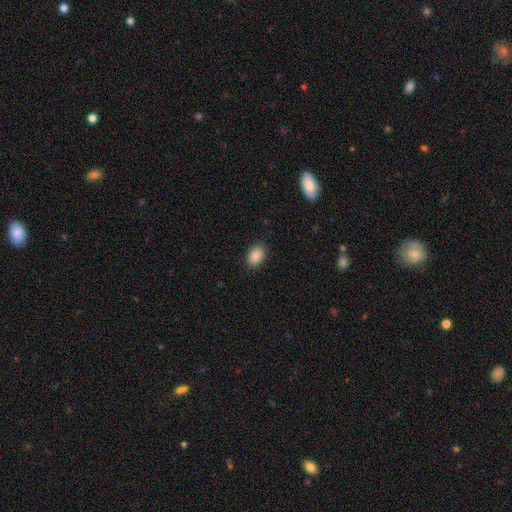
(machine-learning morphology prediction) Q: Smooth or featured?
A: smooth (89%); runner-up: star or artifact (8%)
Q: How rounded?
A: in between (84%); runner-up: round (15%)
Q: Merging?
A: none (88%); runner-up: minor disturbance (8%)